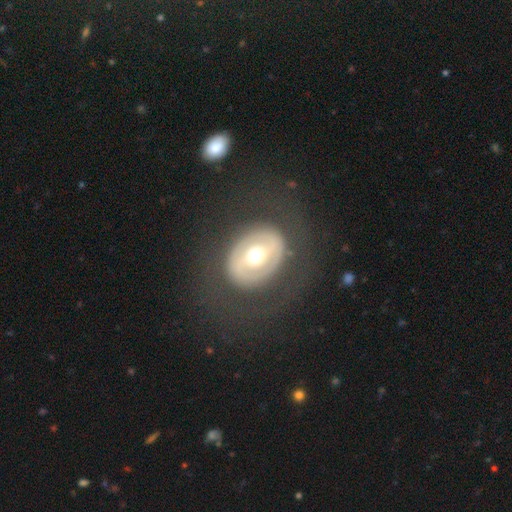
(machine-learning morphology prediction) Q: Smooth or featured?
A: featured or disk (61%); runner-up: smooth (32%)
Q: Edge-on disk?
A: no (94%); runner-up: yes (6%)
Q: Bar?
A: no (45%); runner-up: strong (28%)
Q: Spiral arms?
A: no (80%); runner-up: yes (20%)
Q: Bulge size?
A: moderate (73%); runner-up: small (13%)
Q: Merging?
A: none (75%); runner-up: major disturbance (12%)